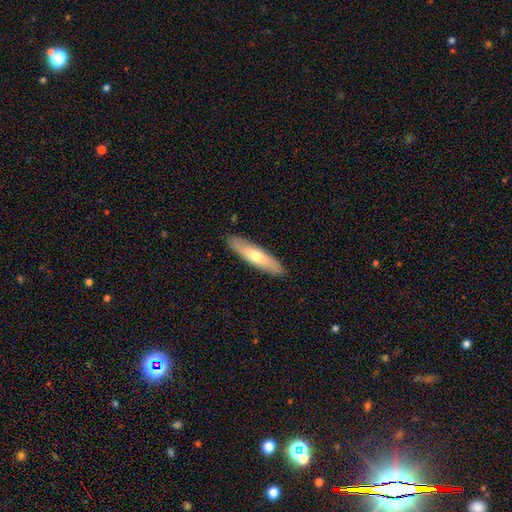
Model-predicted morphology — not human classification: Overall: smooth (61%; featured or disk 33%). How rounded: cigar-shaped (75%). Merging: none (89%).